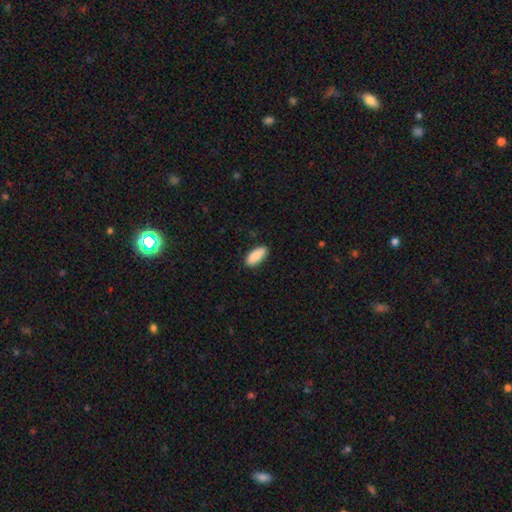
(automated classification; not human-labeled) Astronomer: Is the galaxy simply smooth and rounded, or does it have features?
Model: smooth — 90%.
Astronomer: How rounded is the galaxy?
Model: in between — 85%.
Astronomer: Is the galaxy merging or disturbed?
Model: none — 88%.